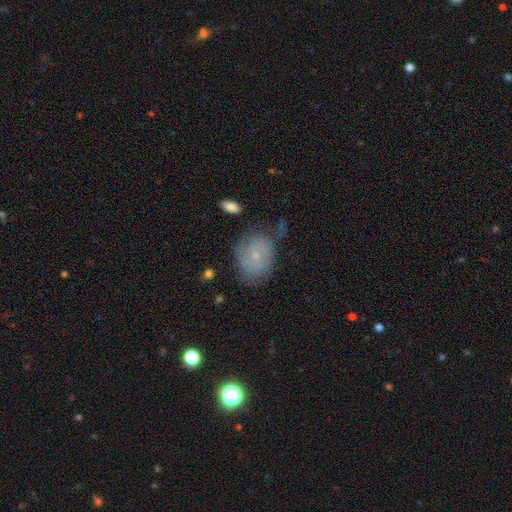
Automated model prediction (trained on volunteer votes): A smooth galaxy with no disk features (47%).

Vote fractions:
- Smooth or featured? smooth: 47% / featured or disk: 43% / star or artifact: 10%
- Merging? none: 55% / minor disturbance: 28% / major disturbance: 13% / merger: 5%